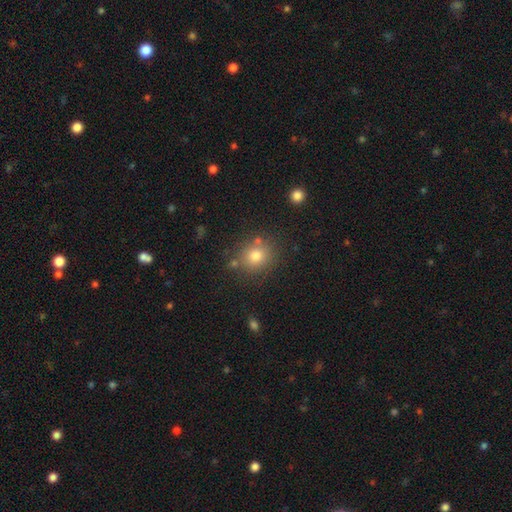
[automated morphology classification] type=smooth (77%); roundness=round (77%); merging=none (77%).